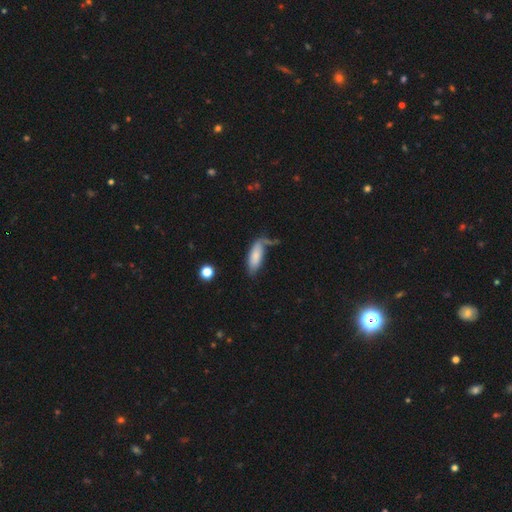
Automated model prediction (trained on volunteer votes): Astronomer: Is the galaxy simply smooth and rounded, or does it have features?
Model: smooth — 77%.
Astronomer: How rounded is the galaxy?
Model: in between — 71%.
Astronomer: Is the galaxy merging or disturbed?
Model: none — 47% (runner-up: minor disturbance, 30%).